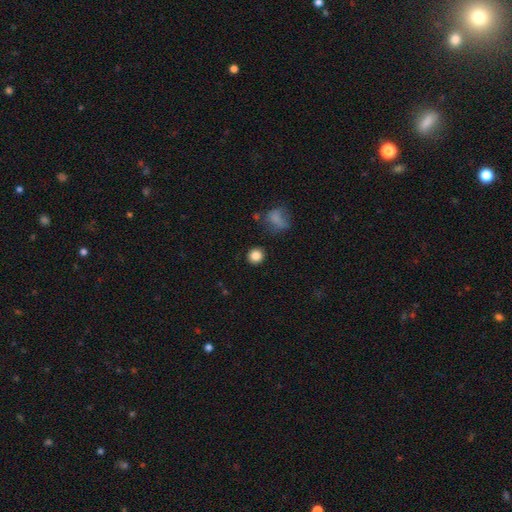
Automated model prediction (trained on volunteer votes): Smooth or featured?
  - smooth: 84% *
  - star or artifact: 11%
  - featured or disk: 5%
How rounded?
  - round: 91% *
  - in between: 8%
  - cigar-shaped: 1%
Merging?
  - none: 87% *
  - minor disturbance: 7%
  - major disturbance: 3%
  - merger: 3%